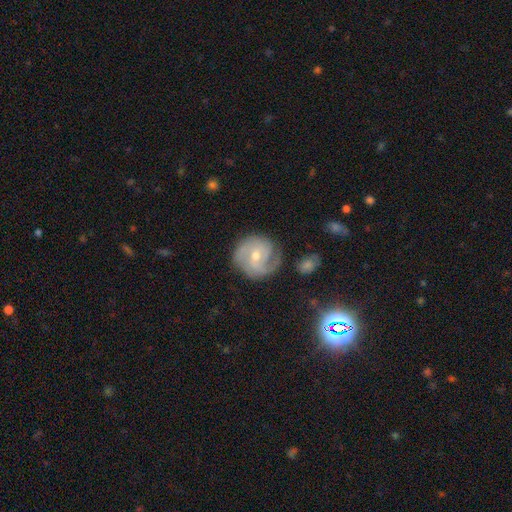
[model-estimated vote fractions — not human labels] The model was most divided on "bulge size": small: 52%, moderate: 45%, large: 1%, none: 1%, dominant: 1%. Remaining: edge-on disk — no (98%); spiral arms — yes (96%); smooth or featured — featured or disk (82%); merging — none (74%); spiral winding — tight (53%); bar — no (52%); spiral arm count — 2 (40%).